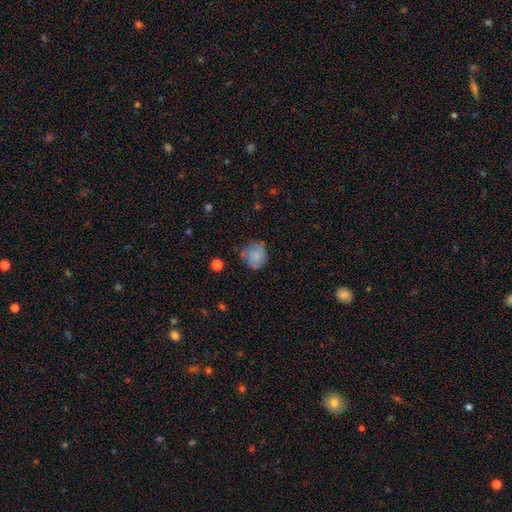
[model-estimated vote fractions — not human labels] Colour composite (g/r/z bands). It shows a smooth galaxy with no disk features (69%) that is round (79%). Merging: none (64%).